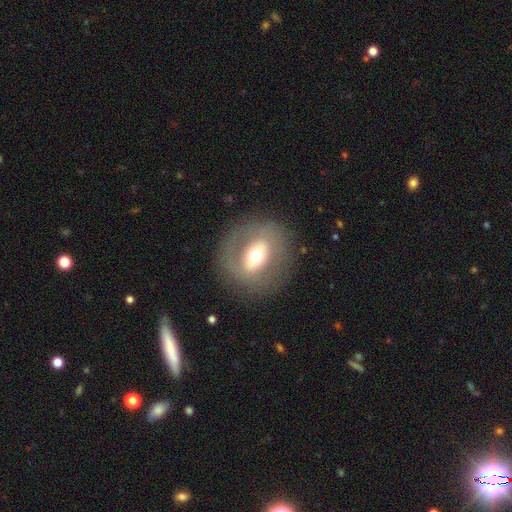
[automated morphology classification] This appears to be a featured or disk galaxy (50%). Merging: none (80%).